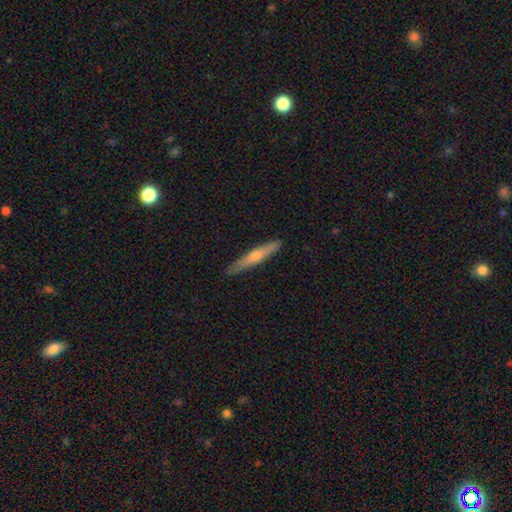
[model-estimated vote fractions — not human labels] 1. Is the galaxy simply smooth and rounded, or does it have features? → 49% featured or disk, 45% smooth, 6% star or artifact.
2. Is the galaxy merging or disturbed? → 89% none, 8% minor disturbance, 1% major disturbance, 1% merger.